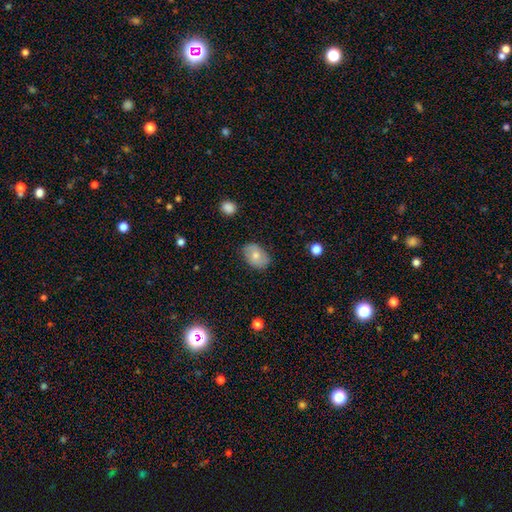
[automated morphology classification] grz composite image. It shows a smooth galaxy with no disk features (69%) that is in between round and cigar-shaped (83%). Merging: none (81%).